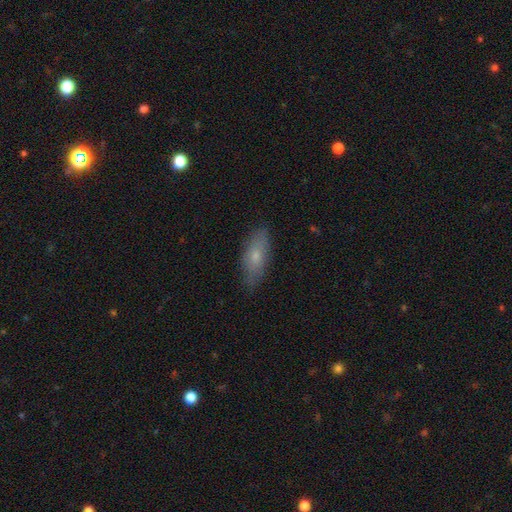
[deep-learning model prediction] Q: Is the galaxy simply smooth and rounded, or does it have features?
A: smooth — 68%.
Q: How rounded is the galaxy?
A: in between — 64%.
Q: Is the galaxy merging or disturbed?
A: none — 81%.